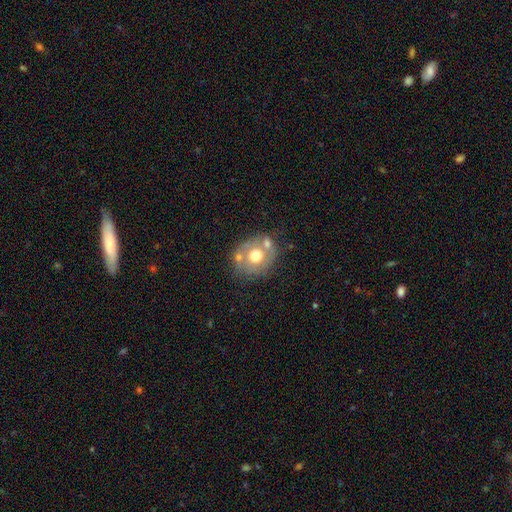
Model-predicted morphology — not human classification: smooth_or_featured: smooth (p=0.46) [tied with: featured or disk p=0.46]
merging: none (p=0.50) [alt: merger p=0.24]